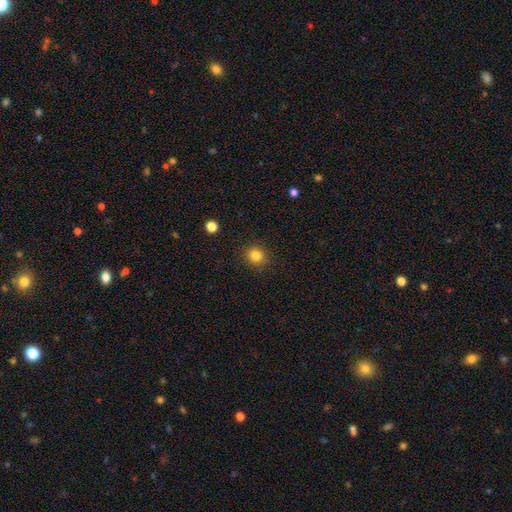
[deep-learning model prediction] A smooth galaxy with no disk features (83%) that is round (82%). Merging: none (88%).